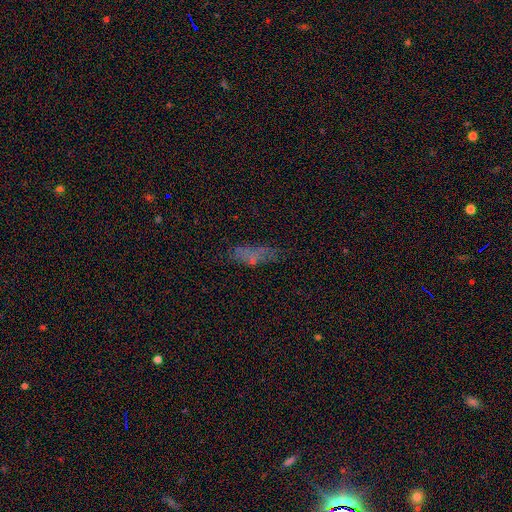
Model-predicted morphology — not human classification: Smooth or featured? smooth (52%)
How rounded? cigar-shaped (50%)
Merging? none (67%)